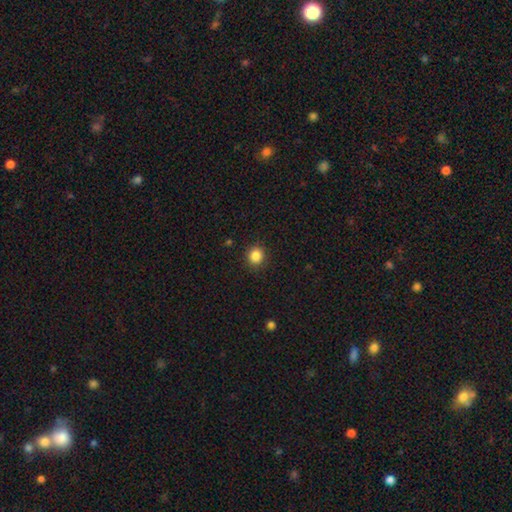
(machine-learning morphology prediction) Smooth or featured? Predicted: smooth (p=0.85). How rounded? Predicted: round (p=0.87). Merging? Predicted: none (p=0.89).